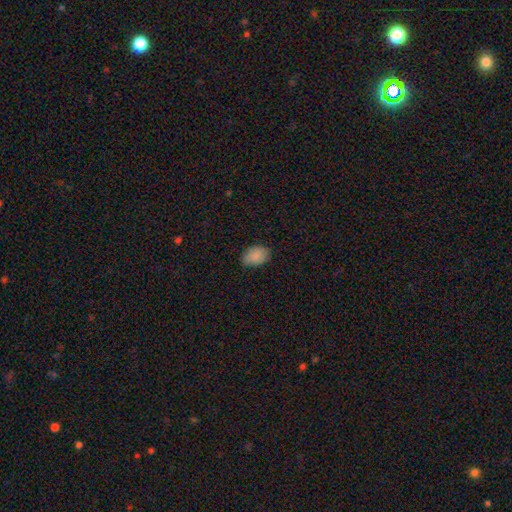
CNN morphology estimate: smooth_or_featured: smooth (p=0.87) [alt: star or artifact p=0.07]
how_rounded: in between (p=0.83) [alt: round p=0.16]
merging: none (p=0.77) [alt: minor disturbance p=0.19]